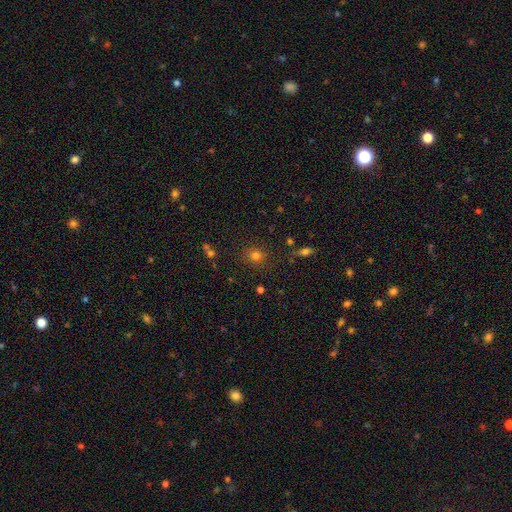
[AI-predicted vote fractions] The model was most divided on "how rounded": round: 77%, in between: 22%, cigar-shaped: 1%. More confident: merging — none (84%); smooth or featured — smooth (75%).